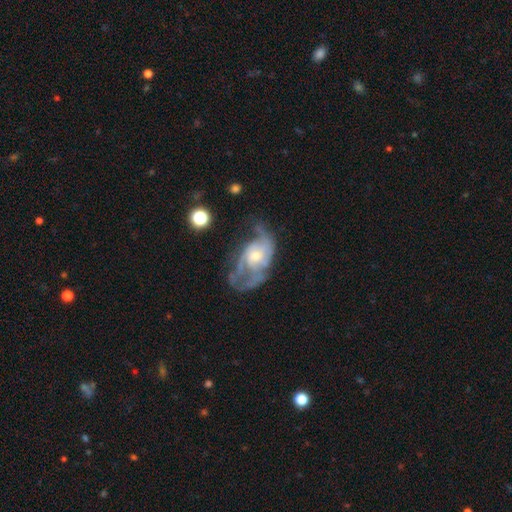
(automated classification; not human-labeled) This appears to be a featured or disk galaxy (77%) with no bar (73%), 2 (37%) medium (41%) spiral arms (77%) and a small central bulge (53%). Merging: major disturbance (39%).